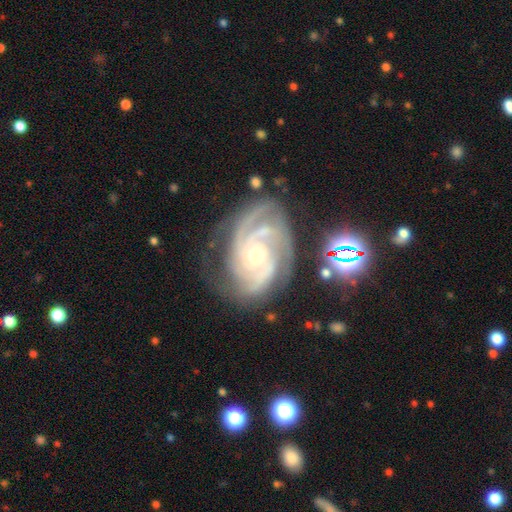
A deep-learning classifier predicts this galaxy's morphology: featured or disk 91%, star or artifact 5%, smooth 4%. Down the decision tree: edge-on disk — no (97%); bar — no (70%); spiral arms — yes (98%); spiral arm count — 3 (44%); spiral winding — tight (64%); bulge size — moderate (55%); merging — none (64%).